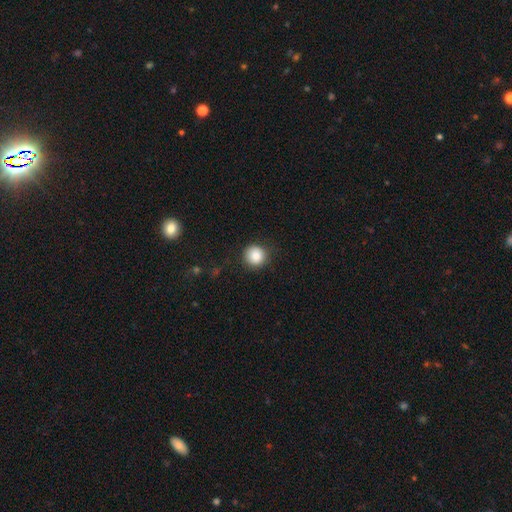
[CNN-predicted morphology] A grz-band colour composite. It shows a smooth galaxy with no disk features (85%) that is round (93%). Merging: none (85%).